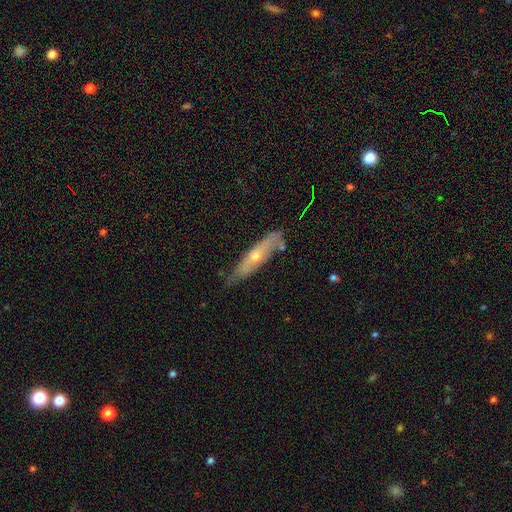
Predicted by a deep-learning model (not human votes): Smooth or featured? Predicted: featured or disk (p=0.52). Edge-on disk? Predicted: yes (p=0.60). Merging? Predicted: none (p=0.67).